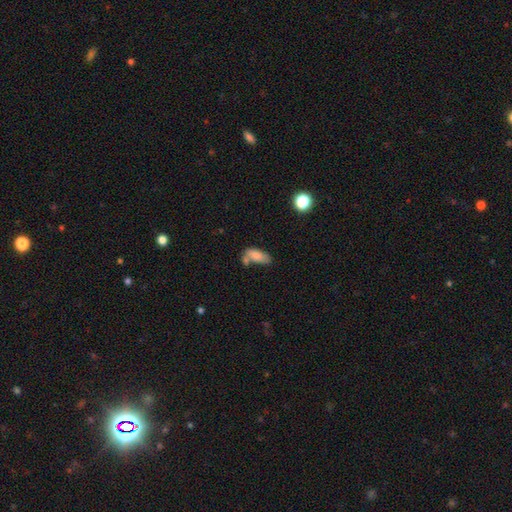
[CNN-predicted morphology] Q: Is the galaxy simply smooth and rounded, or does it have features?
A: smooth — 80%.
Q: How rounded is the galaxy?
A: in between — 82%.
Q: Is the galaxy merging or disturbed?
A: none — 41%.